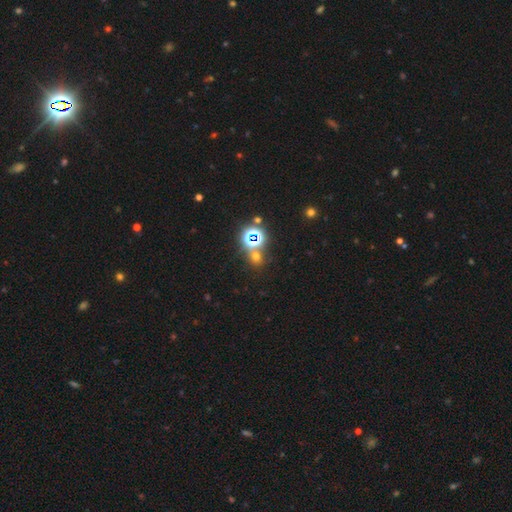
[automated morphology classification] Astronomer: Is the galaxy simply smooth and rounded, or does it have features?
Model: star or artifact — 50% (runner-up: smooth, 43%).